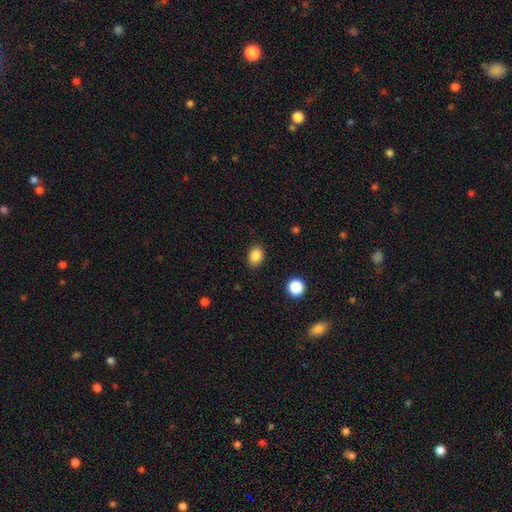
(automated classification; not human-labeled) A smooth galaxy with no disk features (86%) that is in between round and cigar-shaped (64%).

Vote fractions:
- Smooth or featured? smooth: 86% / star or artifact: 10% / featured or disk: 5%
- How rounded? in between: 64% / round: 35% / cigar-shaped: 1%
- Merging? none: 87% / minor disturbance: 9% / major disturbance: 3% / merger: 1%